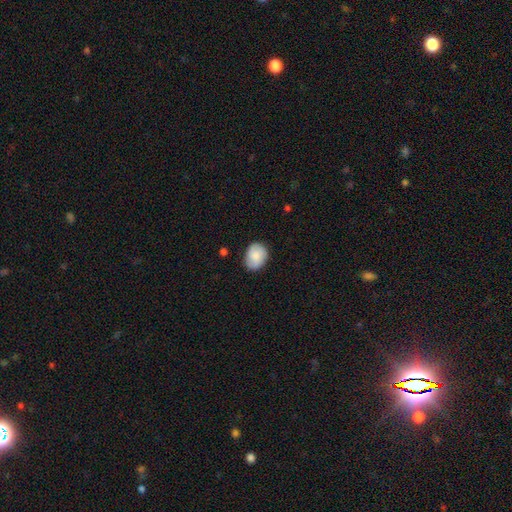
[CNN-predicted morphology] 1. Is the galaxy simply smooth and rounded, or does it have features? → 79% smooth, 14% featured or disk, 7% star or artifact.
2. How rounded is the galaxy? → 56% in between, 43% round, 1% cigar-shaped.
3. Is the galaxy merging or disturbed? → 80% none, 16% minor disturbance, 3% major disturbance, 1% merger.